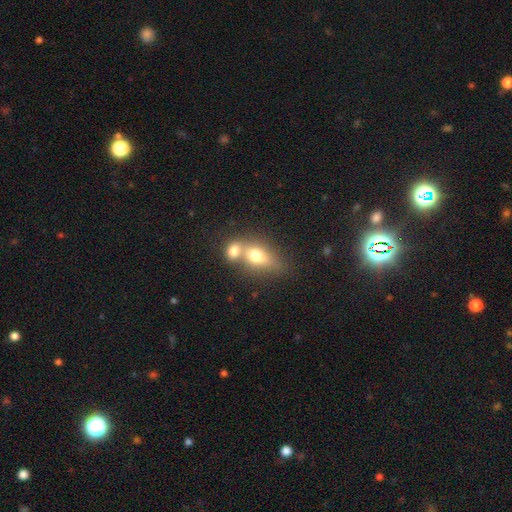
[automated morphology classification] Smooth or featured?
  - smooth: 70% *
  - featured or disk: 22%
  - star or artifact: 9%
How rounded?
  - in between: 68% *
  - round: 26%
  - cigar-shaped: 6%
Merging?
  - merger: 64% *
  - none: 24%
  - minor disturbance: 8%
  - major disturbance: 5%